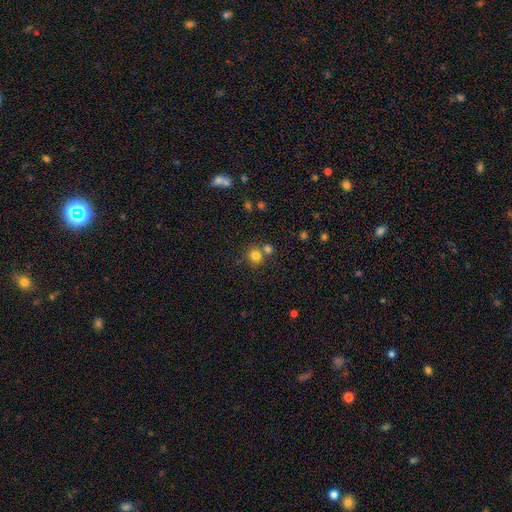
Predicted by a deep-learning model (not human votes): Smooth or featured: smooth — 79% (star or artifact — 14%)
How rounded: round — 87% (in between — 12%)
Merging: none — 60% (merger — 29%)